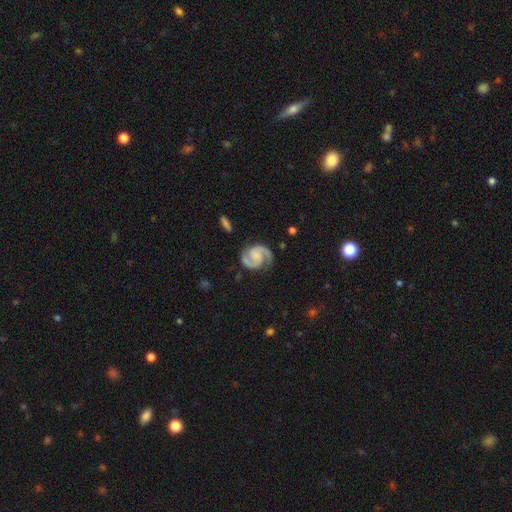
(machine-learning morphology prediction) Smooth or featured? Predicted: featured or disk (p=0.91). Edge-on disk? Predicted: no (p=0.98). Bar? Predicted: no (p=0.56). Spiral arms? Predicted: yes (p=0.98). Spiral winding? Predicted: medium (p=0.55). Spiral arm count? Predicted: 2 (p=0.94). Bulge size? Predicted: none (p=0.39). Merging? Predicted: none (p=0.81).